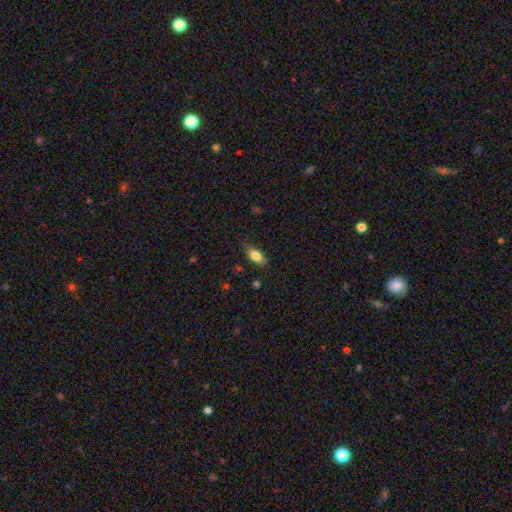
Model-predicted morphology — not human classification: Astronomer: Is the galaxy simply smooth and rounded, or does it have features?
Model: smooth — 81%.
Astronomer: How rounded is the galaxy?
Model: in between — 85%.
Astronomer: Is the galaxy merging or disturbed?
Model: none — 75%.